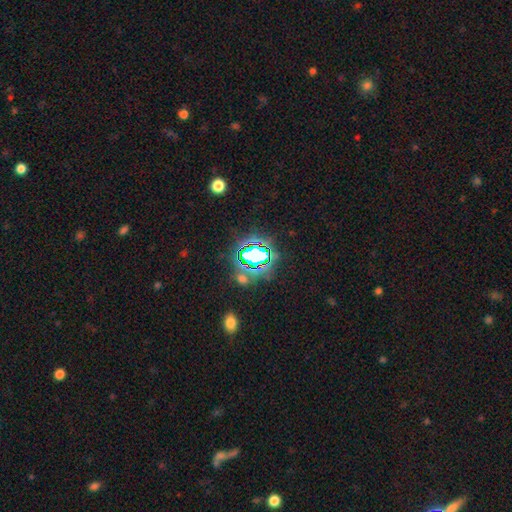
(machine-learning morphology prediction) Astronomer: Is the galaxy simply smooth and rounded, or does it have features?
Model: star or artifact — 71%.